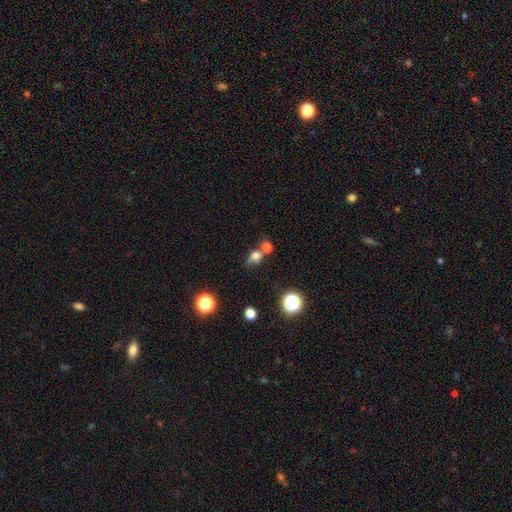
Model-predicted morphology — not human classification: Smooth or featured: smooth — 69% (star or artifact — 18%)
How rounded: round — 63% (in between — 35%)
Merging: none — 39% (merger — 37%)